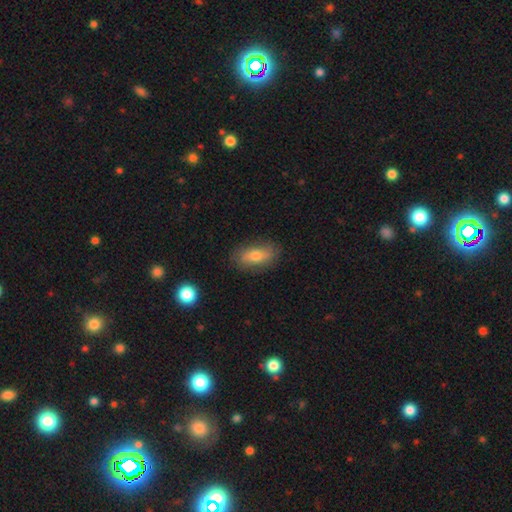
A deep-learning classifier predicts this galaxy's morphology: A smooth galaxy with no disk features (65%) that is in between round and cigar-shaped (82%). Merging: none (80%).